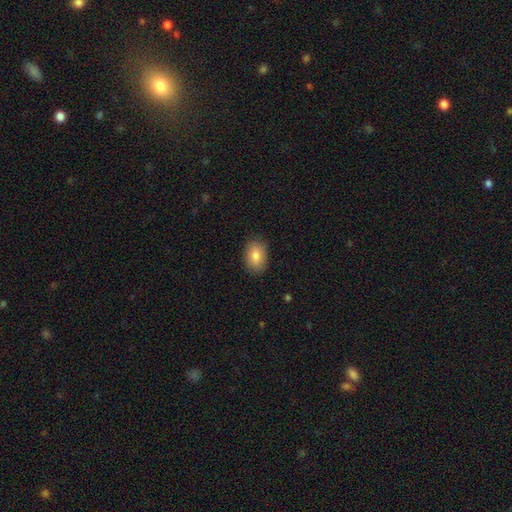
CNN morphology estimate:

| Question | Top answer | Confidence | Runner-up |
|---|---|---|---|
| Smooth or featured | smooth | 84% | featured or disk (9%) |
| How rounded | in between | 83% | round (16%) |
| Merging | none | 87% | minor disturbance (10%) |